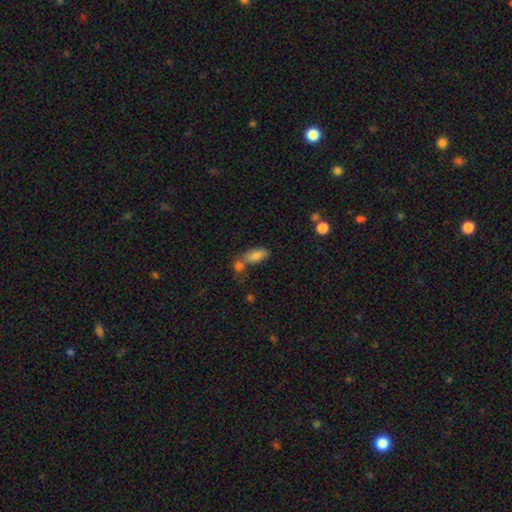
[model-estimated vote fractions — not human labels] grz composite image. It shows a smooth galaxy with no disk features (81%) that is in between round and cigar-shaped (86%). Merging: none (44%).